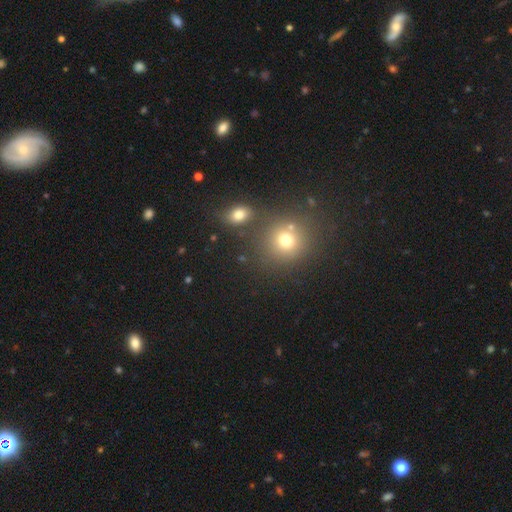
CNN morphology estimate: Smooth or featured: smooth — 56% (star or artifact — 35%)
How rounded: round — 85% (in between — 14%)
Merging: none — 73% (merger — 16%)